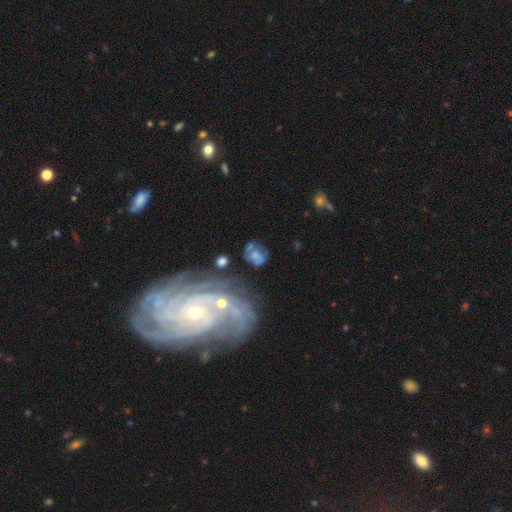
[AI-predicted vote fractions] Smooth or featured?
  - smooth: 45% *
  - featured or disk: 42%
  - star or artifact: 13%
Merging?
  - none: 49% *
  - minor disturbance: 22%
  - major disturbance: 15%
  - merger: 14%